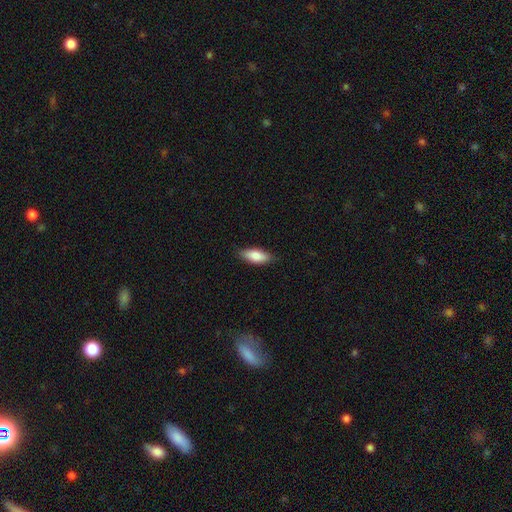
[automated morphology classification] Smooth or featured: smooth — 83% (featured or disk — 11%)
How rounded: in between — 78% (cigar-shaped — 20%)
Merging: none — 84% (minor disturbance — 13%)